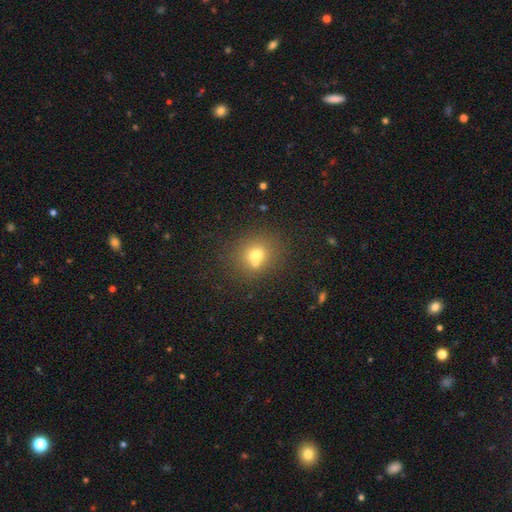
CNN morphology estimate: smooth-or-featured: smooth: 65% | featured or disk: 19% | star or artifact: 16%
  how-rounded: round: 73% | in between: 26% | cigar-shaped: 1%
  merging: none: 51% | merger: 36% | minor disturbance: 10% | major disturbance: 4%